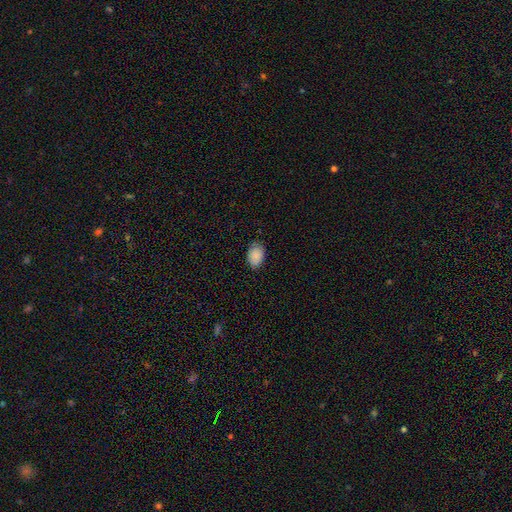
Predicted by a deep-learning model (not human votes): This appears to be a smooth galaxy with no disk features (87%) that is in between round and cigar-shaped (82%). Merging: none (81%).